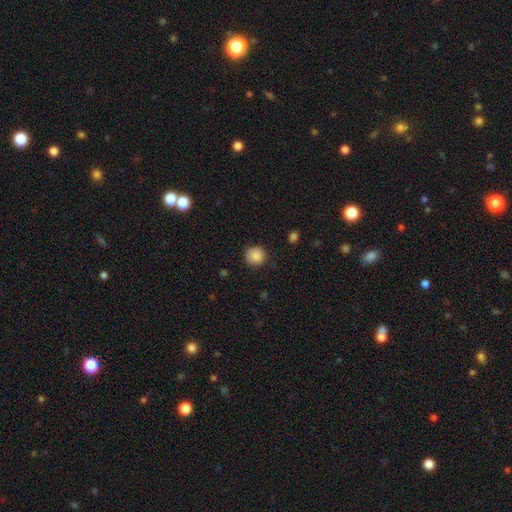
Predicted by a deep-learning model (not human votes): This is clearly a smooth galaxy (87%). How rounded: clearly round (92%). Merging: clearly none (84%).